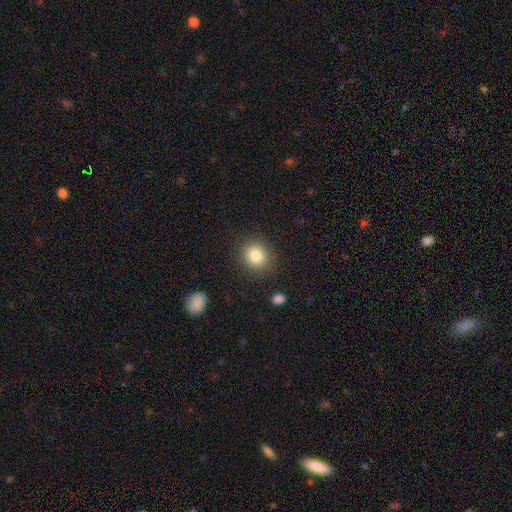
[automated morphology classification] Smooth or featured?
  - smooth: 83% *
  - star or artifact: 10%
  - featured or disk: 7%
How rounded?
  - round: 79% *
  - in between: 20%
  - cigar-shaped: 1%
Merging?
  - none: 87% *
  - minor disturbance: 9%
  - major disturbance: 3%
  - merger: 2%